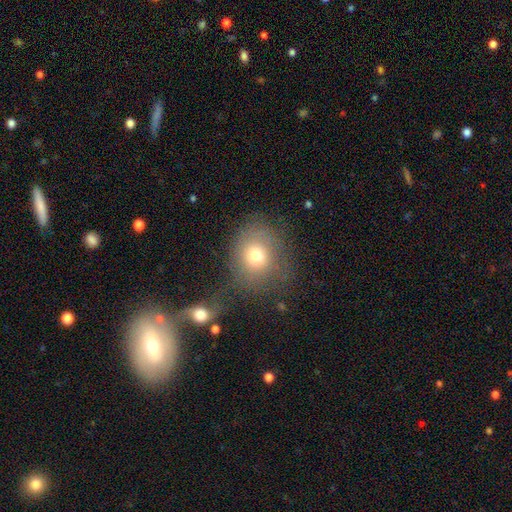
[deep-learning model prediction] This is likely a smooth galaxy (74%). How rounded: likely round (65%). Merging: likely none (63%).